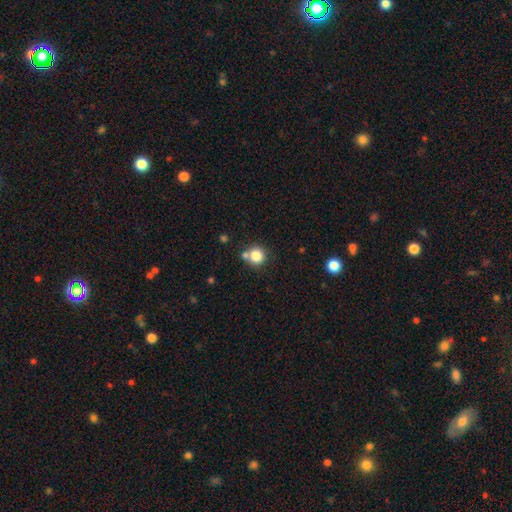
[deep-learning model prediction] smooth_or_featured: smooth (p=0.81) [alt: star or artifact p=0.11]
how_rounded: round (p=0.91) [alt: in between p=0.08]
merging: none (p=0.65) [alt: merger p=0.21]